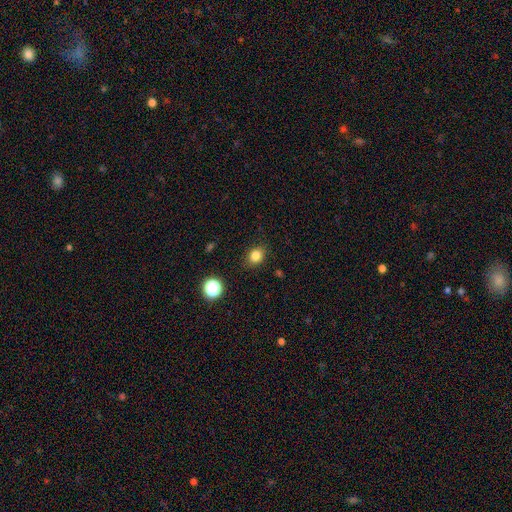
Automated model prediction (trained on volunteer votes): smooth_or_featured: smooth (p=0.82) [alt: star or artifact p=0.13]
how_rounded: round (p=0.56) [alt: in between p=0.43]
merging: none (p=0.86) [alt: minor disturbance p=0.10]